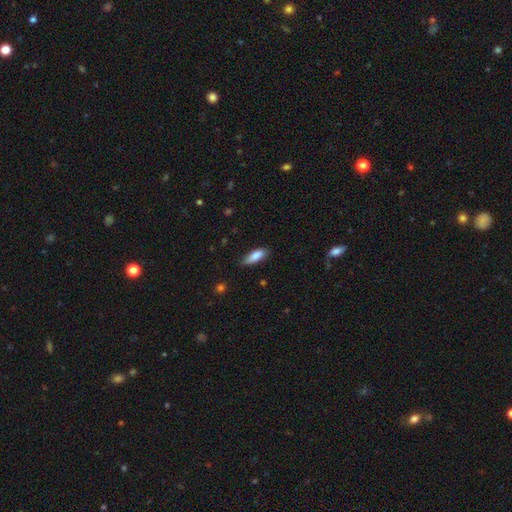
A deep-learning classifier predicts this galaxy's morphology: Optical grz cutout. It shows a smooth galaxy with no disk features (83%) that is in between round and cigar-shaped (64%). Merging: none (76%).